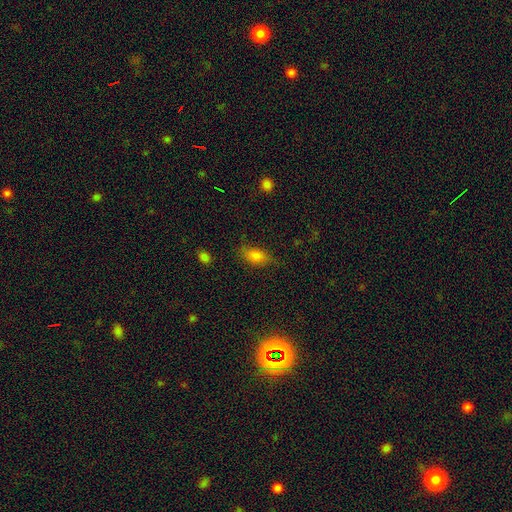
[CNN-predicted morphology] Smooth or featured: smooth — 79% (star or artifact — 11%)
How rounded: in between — 88% (round — 6%)
Merging: none — 67% (minor disturbance — 24%)